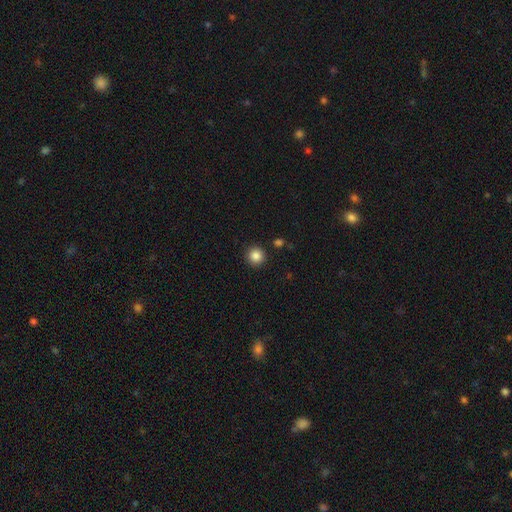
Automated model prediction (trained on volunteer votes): Q: Smooth or featured?
A: smooth (86%); runner-up: star or artifact (10%)
Q: How rounded?
A: round (95%); runner-up: in between (4%)
Q: Merging?
A: none (91%); runner-up: minor disturbance (5%)